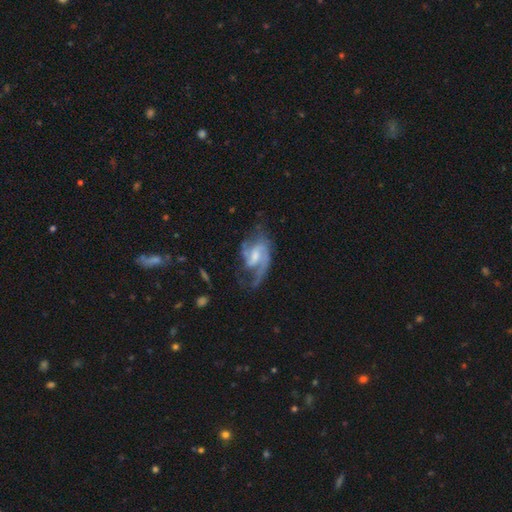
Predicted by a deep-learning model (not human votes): A featured or disk galaxy (85%) with a weak bar (55%), 2 (63%) medium (50%) spiral arms (94%) and a moderate central bulge (39%).

Vote fractions:
- Smooth or featured? featured or disk: 85% / smooth: 10% / star or artifact: 6%
- Edge-on disk? no: 97% / yes: 3%
- Bar? weak: 55% / no: 29% / strong: 15%
- Spiral arms? yes: 94% / no: 6%
- Spiral winding? medium: 50% / loose: 32% / tight: 19%
- Spiral arm count? 2: 63% / 1: 17% / can't tell: 9% / 3: 8% / 4: 2% / more than 4: 2%
- Bulge size? moderate: 39% / small: 36% / none: 16% / large: 7% / dominant: 1%
- Merging? none: 47% / major disturbance: 28% / minor disturbance: 22% / merger: 3%